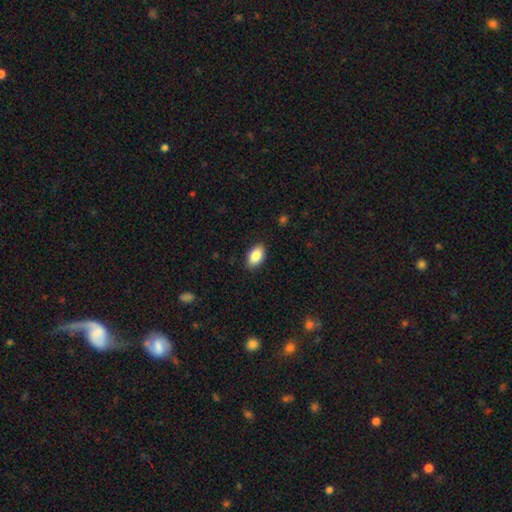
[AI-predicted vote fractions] smooth_or_featured: smooth (p=0.87) [alt: star or artifact p=0.07]
how_rounded: in between (p=0.93) [alt: round p=0.05]
merging: none (p=0.89) [alt: minor disturbance p=0.08]